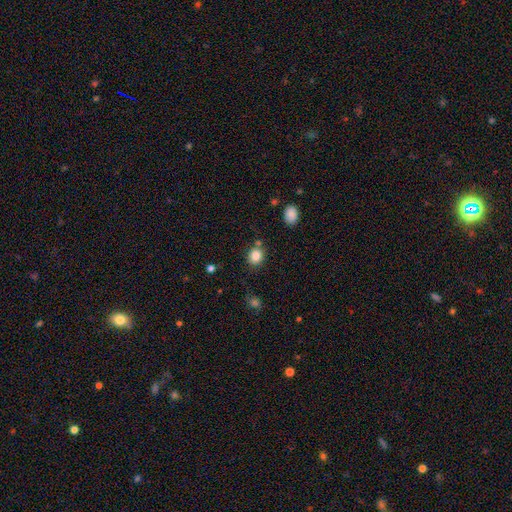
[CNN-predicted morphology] smooth 84%, star or artifact 10%, featured or disk 5%. Down the decision tree: how rounded — round (69%); merging — none (76%).